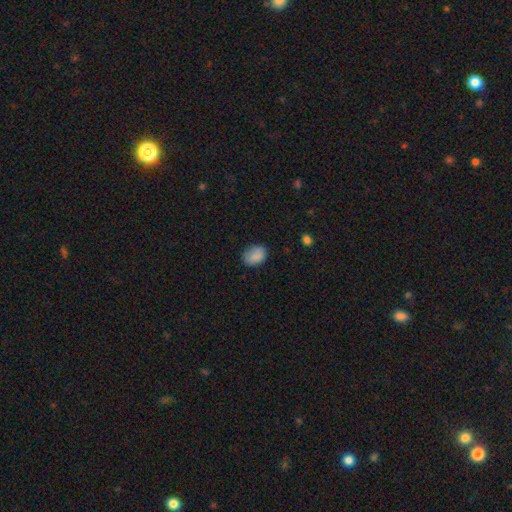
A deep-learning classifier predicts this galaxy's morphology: smooth 86%, star or artifact 8%, featured or disk 5%. Down the decision tree: how rounded — in between (71%); merging — none (76%).